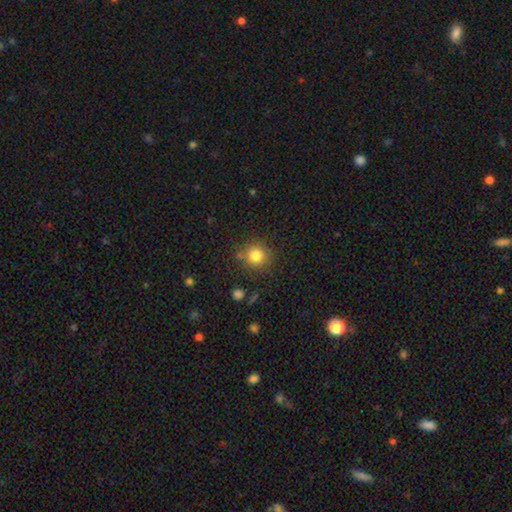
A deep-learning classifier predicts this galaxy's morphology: This appears to be a smooth galaxy with no disk features (82%) that is round (91%). Merging: none (81%).